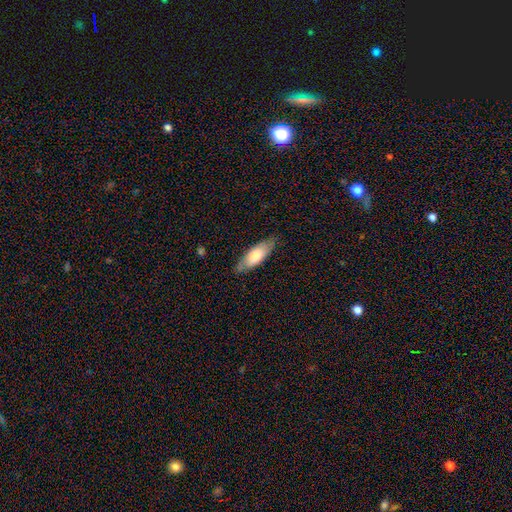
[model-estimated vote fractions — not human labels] Overall: smooth (70%). How rounded: in between (64%; cigar-shaped 35%). Merging: none (79%).